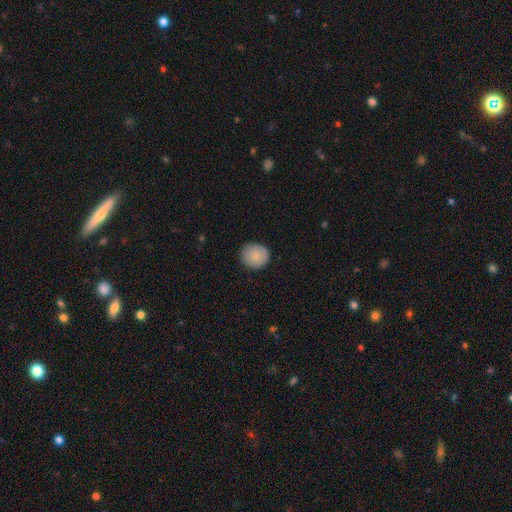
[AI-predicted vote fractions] Smooth or featured? Predicted: smooth (p=0.84). How rounded? Predicted: round (p=0.80). Merging? Predicted: none (p=0.85).